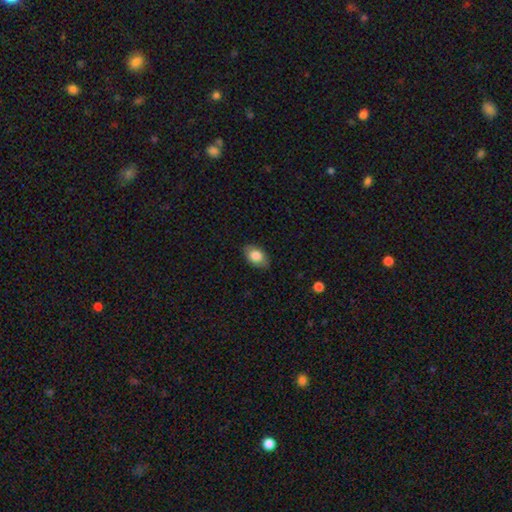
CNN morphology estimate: This appears to be a smooth galaxy with no disk features (82%) that is in between round and cigar-shaped (88%). Merging: none (85%).